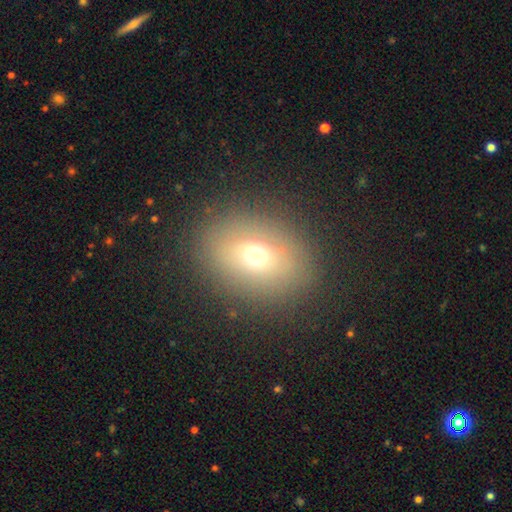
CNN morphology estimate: Smooth or featured? Predicted: smooth (p=0.66). How rounded? Predicted: in between (p=0.57). Merging? Predicted: none (p=0.87).